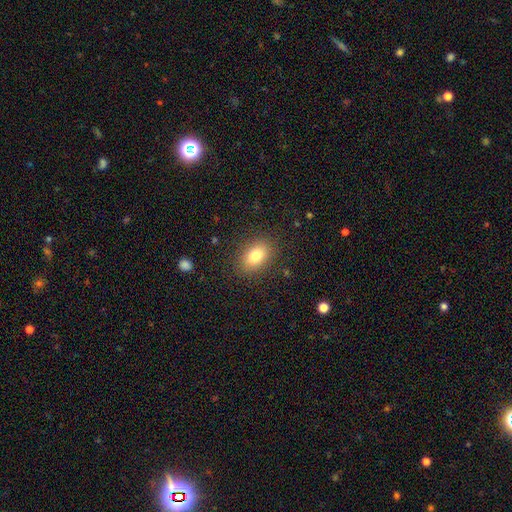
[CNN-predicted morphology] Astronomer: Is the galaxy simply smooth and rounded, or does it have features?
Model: smooth — 80%.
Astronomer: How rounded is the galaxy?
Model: in between — 82%.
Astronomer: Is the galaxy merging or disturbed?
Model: none — 86%.